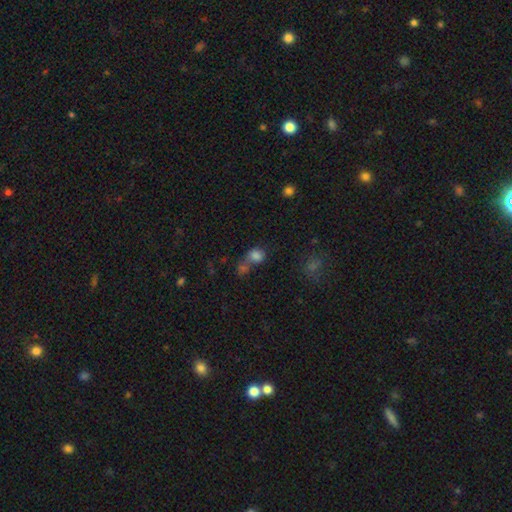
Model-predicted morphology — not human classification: smooth_or_featured: smooth (p=0.78) [alt: star or artifact p=0.13]
how_rounded: round (p=0.58) [alt: in between p=0.41]
merging: merger (p=0.50) [alt: none p=0.32]